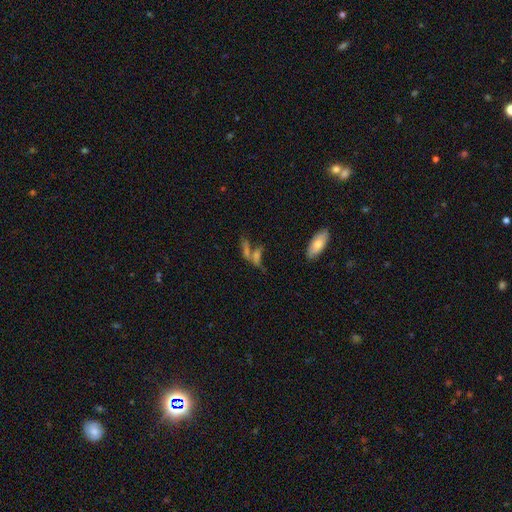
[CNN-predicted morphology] Smooth or featured? Predicted: smooth (p=0.41). Merging? Predicted: none (p=0.42).